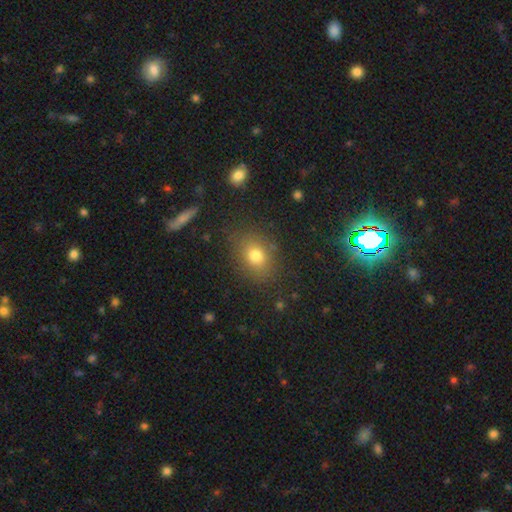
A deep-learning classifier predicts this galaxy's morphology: Overall: smooth (75%). How rounded: in between (54%; round 45%). Merging: none (82%).